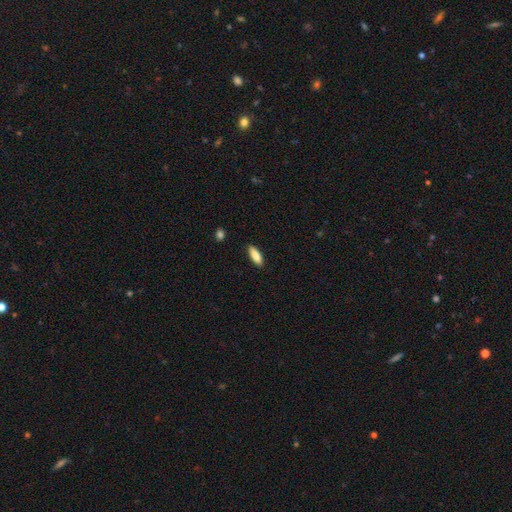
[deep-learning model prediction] Q: Smooth or featured?
A: smooth (87%); runner-up: featured or disk (7%)
Q: How rounded?
A: in between (62%); runner-up: cigar-shaped (37%)
Q: Merging?
A: none (86%); runner-up: minor disturbance (11%)